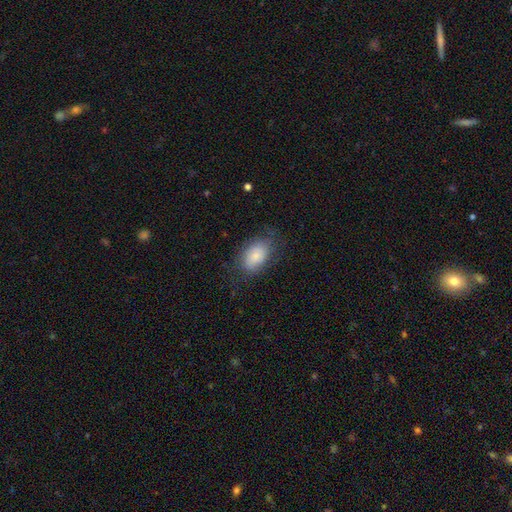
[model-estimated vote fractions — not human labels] Smooth or featured? Predicted: smooth (p=0.80). How rounded? Predicted: in between (p=0.88). Merging? Predicted: none (p=0.71).